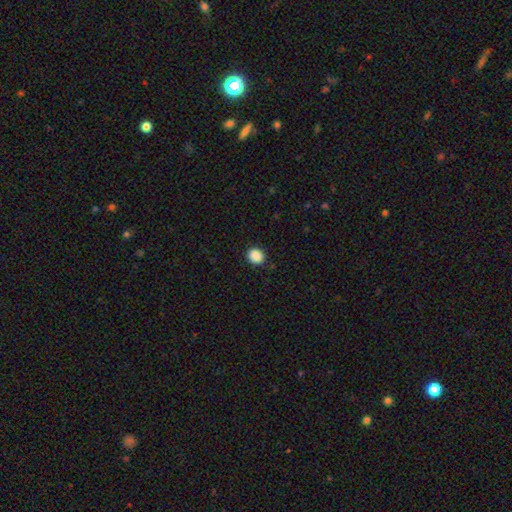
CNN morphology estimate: Smooth or featured? smooth (89%)
How rounded? round (72%)
Merging? none (90%)